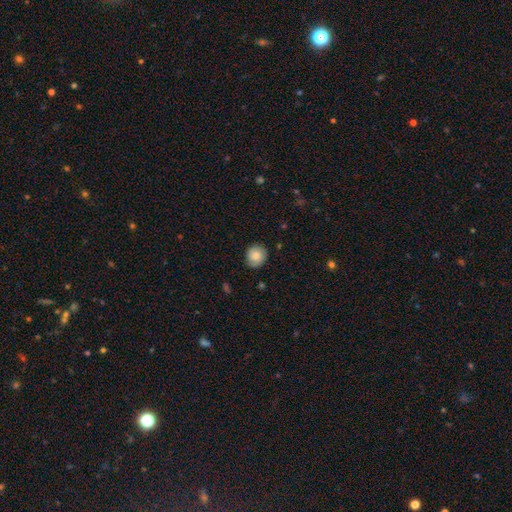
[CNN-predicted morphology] Smooth or featured?
  - smooth: 79% *
  - featured or disk: 13%
  - star or artifact: 8%
How rounded?
  - round: 84% *
  - in between: 15%
  - cigar-shaped: 1%
Merging?
  - none: 84% *
  - minor disturbance: 12%
  - major disturbance: 3%
  - merger: 1%